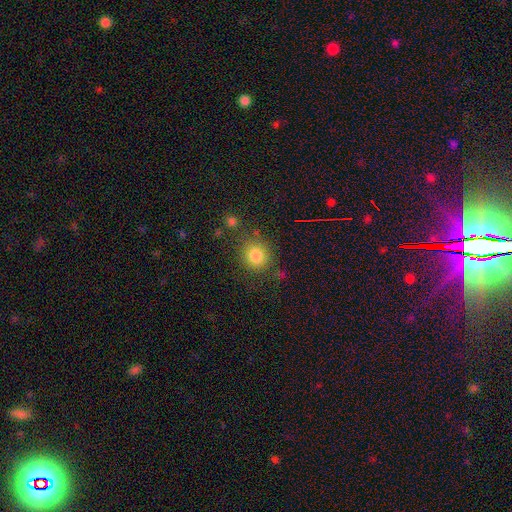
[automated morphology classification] Overall: smooth (83%). How rounded: round (84%). Merging: none (77%).